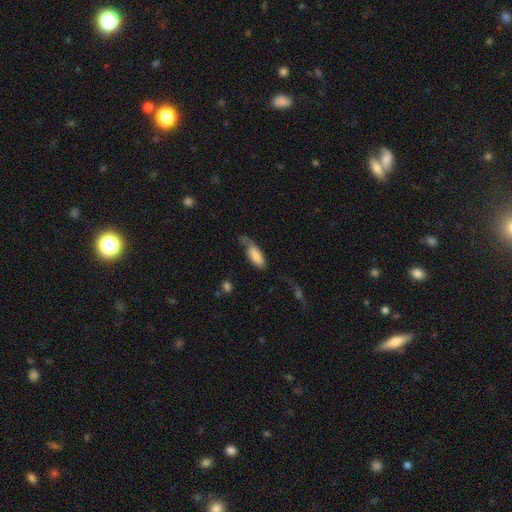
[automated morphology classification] Overall: smooth (73%). How rounded: in between (75%). Merging: major disturbance (32%, tied with none).